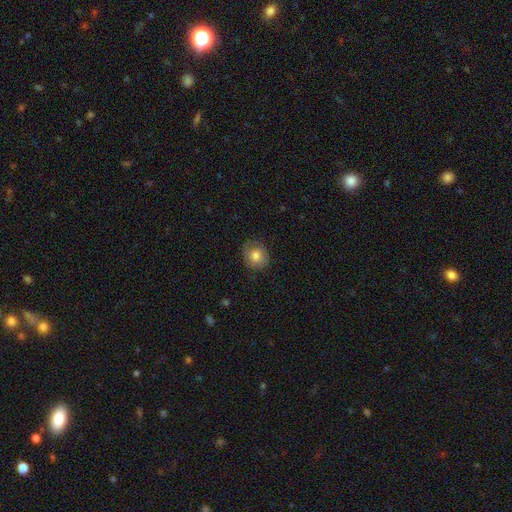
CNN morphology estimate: This appears to be a smooth galaxy with no disk features (77%) that is round (78%). Merging: none (78%).